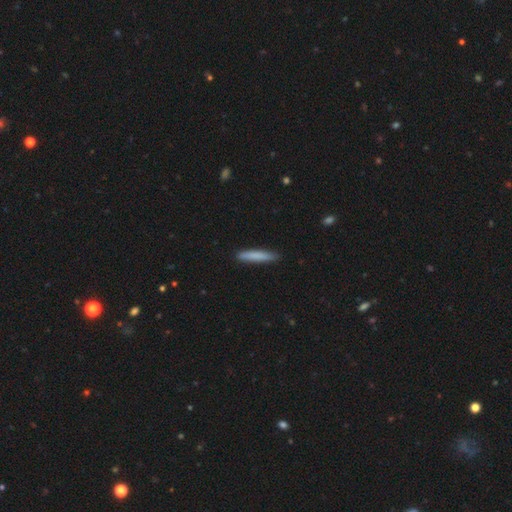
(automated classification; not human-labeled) The model was most divided on "smooth or featured": smooth: 82%, featured or disk: 13%, star or artifact: 6%. More confident: how rounded — cigar-shaped (92%); merging — none (89%).